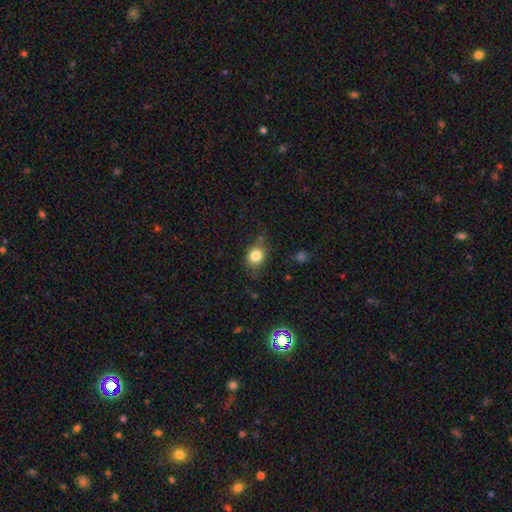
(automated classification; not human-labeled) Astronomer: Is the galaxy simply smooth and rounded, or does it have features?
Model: smooth — 82%.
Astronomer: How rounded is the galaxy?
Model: round — 62%.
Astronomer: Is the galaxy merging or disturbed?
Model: none — 72%.